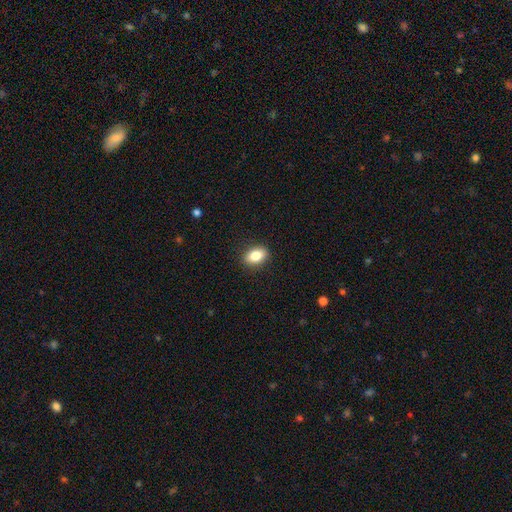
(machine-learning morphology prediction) A smooth galaxy with no disk features (84%) that is in between round and cigar-shaped (84%). Merging: none (89%).